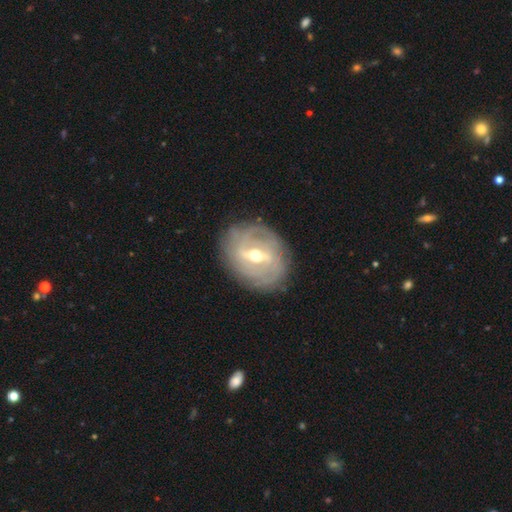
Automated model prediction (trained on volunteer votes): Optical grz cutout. It shows a featured or disk galaxy (85%) with a strong bar (58%), tight (68%) spiral arms (82%) and a moderate central bulge (68%). Merging: none (83%).